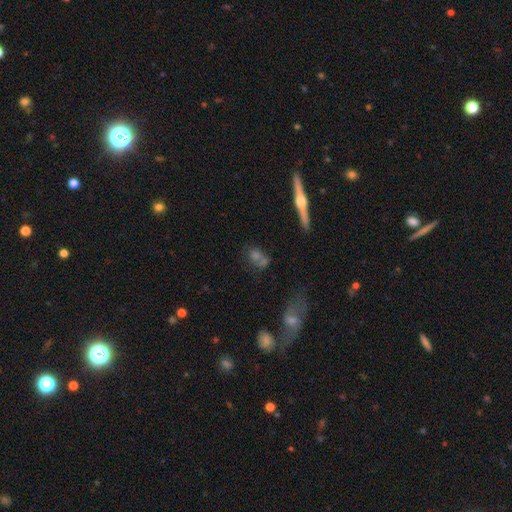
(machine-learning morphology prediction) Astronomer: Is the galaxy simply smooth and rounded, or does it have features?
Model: smooth — 49% (runner-up: featured or disk, 35%).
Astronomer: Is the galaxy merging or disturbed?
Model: none — 60%.